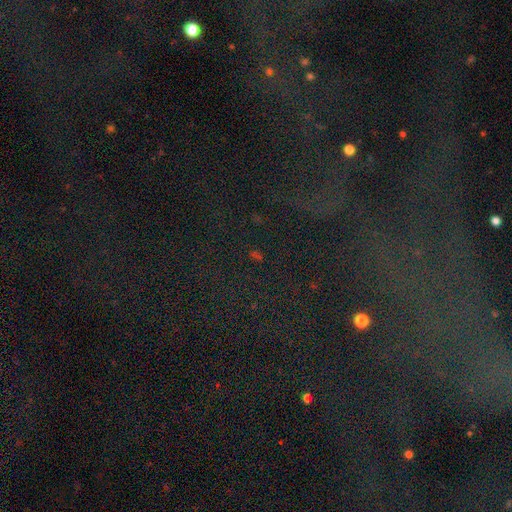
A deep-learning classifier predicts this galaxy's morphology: Overall: star or artifact (80%).